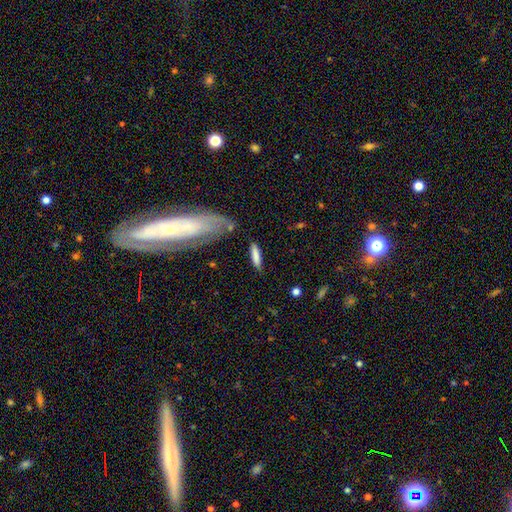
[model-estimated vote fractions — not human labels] Smooth or featured: smooth — 80% (featured or disk — 14%)
How rounded: cigar-shaped — 72% (in between — 26%)
Merging: none — 75% (minor disturbance — 14%)